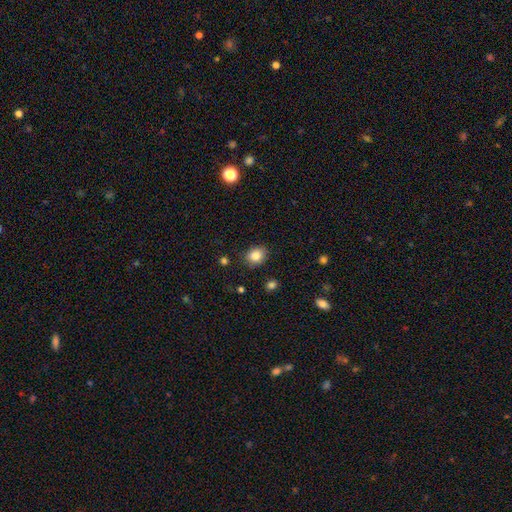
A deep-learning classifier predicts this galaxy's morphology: smooth_or_featured: smooth (p=0.84) [alt: star or artifact p=0.10]
how_rounded: round (p=0.53) [alt: in between p=0.46]
merging: none (p=0.85) [alt: minor disturbance p=0.11]